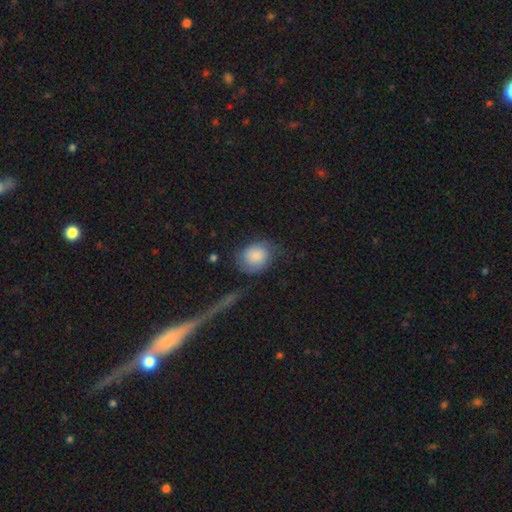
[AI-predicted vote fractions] A smooth galaxy with no disk features (62%) that is round (57%).

Vote fractions:
- Smooth or featured? smooth: 62% / featured or disk: 29% / star or artifact: 9%
- How rounded? round: 57% / in between: 42% / cigar-shaped: 1%
- Merging? none: 55% / minor disturbance: 25% / major disturbance: 15% / merger: 4%